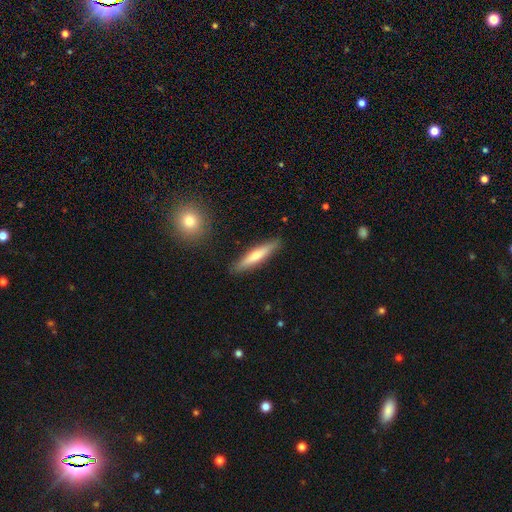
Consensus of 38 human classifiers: smooth-or-featured: featured or disk: 55% | smooth: 42% | star or artifact: 3%
  disk-edge-on: yes: 95% | no: 5%
    edge-on-bulge: rounded: 85% | none: 15% | boxy: 0%
  merging: none: 92% | minor disturbance: 5% | merger: 3% | major disturbance: 0%